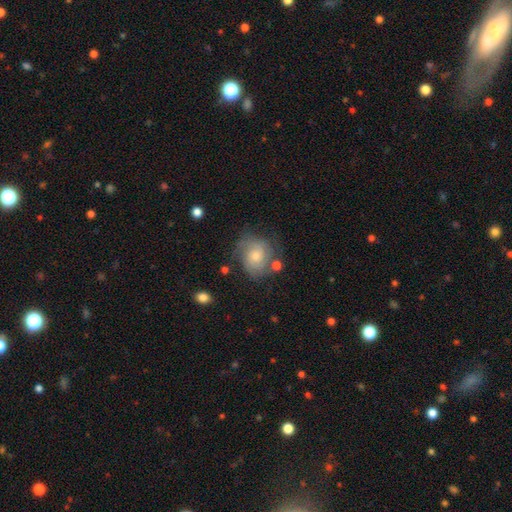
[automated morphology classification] Smooth or featured? Predicted: featured or disk (p=0.54). Edge-on disk? Predicted: no (p=0.97). Bar? Predicted: no (p=0.75). Spiral arms? Predicted: yes (p=0.82). Bulge size? Predicted: moderate (p=0.47). Merging? Predicted: none (p=0.60).